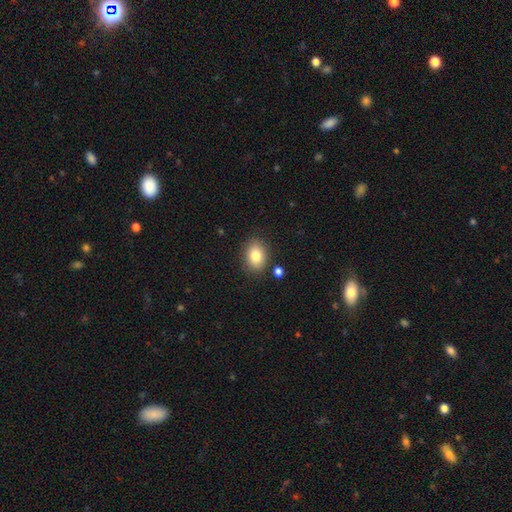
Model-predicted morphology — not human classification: smooth-or-featured: smooth: 82% | featured or disk: 9% | star or artifact: 9%
  how-rounded: in between: 73% | round: 26% | cigar-shaped: 1%
  merging: none: 84% | minor disturbance: 10% | merger: 3% | major disturbance: 3%